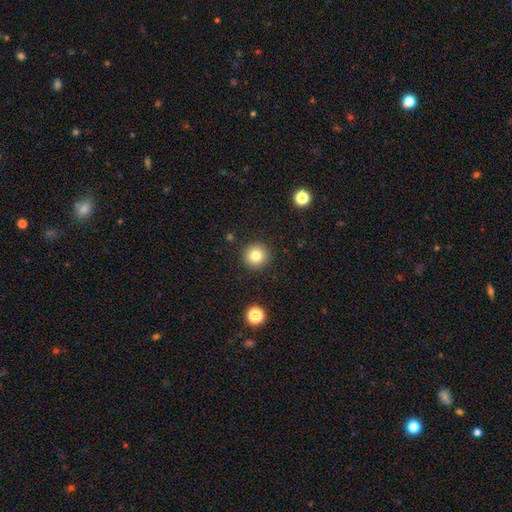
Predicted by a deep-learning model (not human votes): Smooth or featured?
  - smooth: 80% *
  - star or artifact: 12%
  - featured or disk: 8%
How rounded?
  - round: 95% *
  - in between: 4%
  - cigar-shaped: 1%
Merging?
  - none: 91% *
  - minor disturbance: 6%
  - major disturbance: 2%
  - merger: 1%